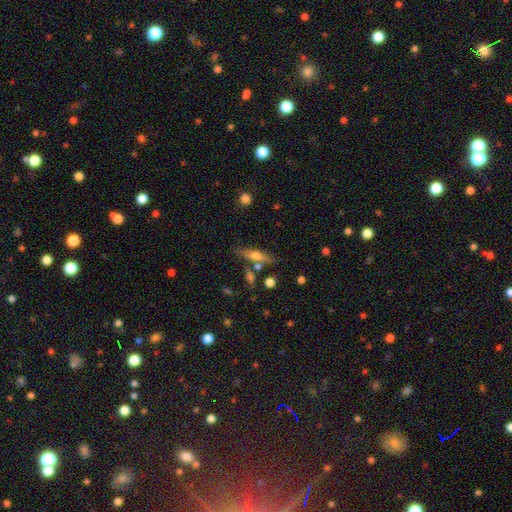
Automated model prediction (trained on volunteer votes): Overall: featured or disk (47%; smooth 45%). Merging: none (70%).